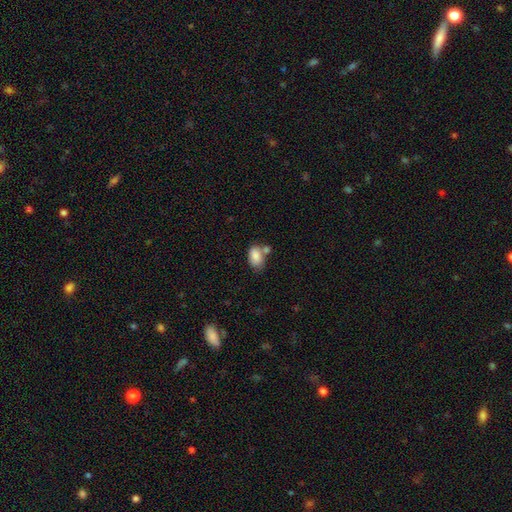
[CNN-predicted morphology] A smooth galaxy with no disk features (85%) that is in between round and cigar-shaped (89%). Merging: none (45%).